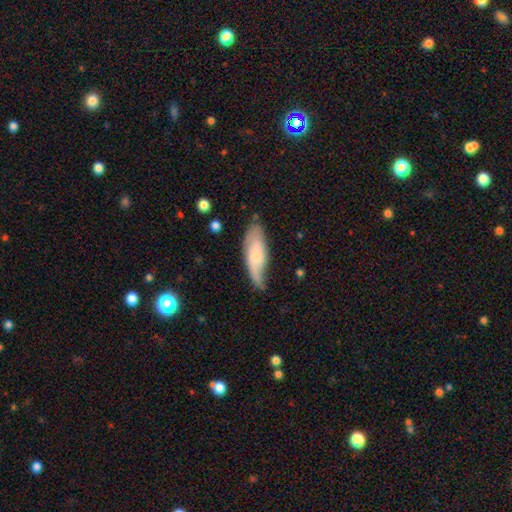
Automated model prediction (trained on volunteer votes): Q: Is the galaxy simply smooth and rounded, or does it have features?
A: smooth — 51%.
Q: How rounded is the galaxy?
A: in between — 62%.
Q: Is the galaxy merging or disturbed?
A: none — 55%.